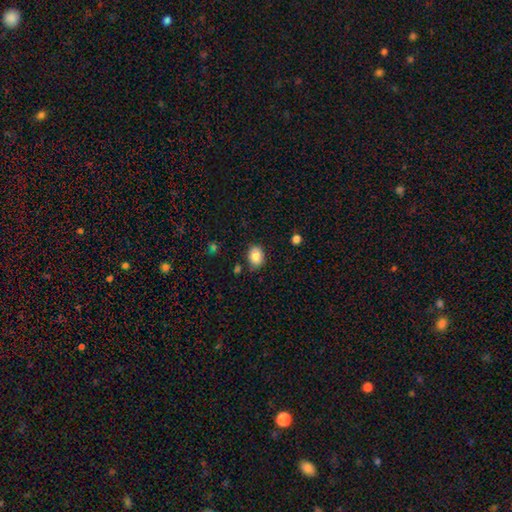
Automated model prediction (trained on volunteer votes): smooth-or-featured: smooth: 85% | star or artifact: 9% | featured or disk: 7%
  how-rounded: in between: 65% | round: 34% | cigar-shaped: 1%
  merging: none: 82% | minor disturbance: 13% | merger: 3% | major disturbance: 3%